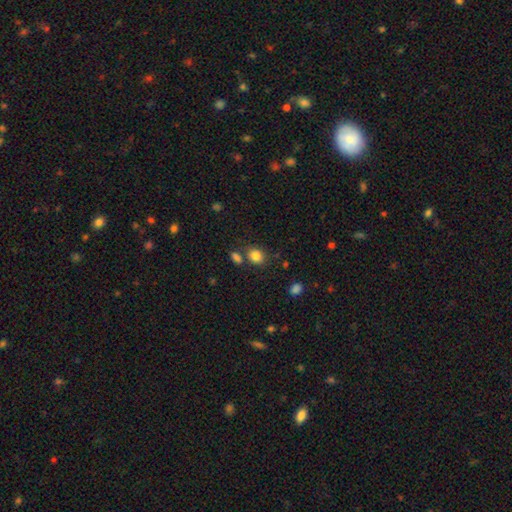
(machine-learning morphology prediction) Overall: smooth (84%). How rounded: round (64%; in between 35%). Merging: none (71%).